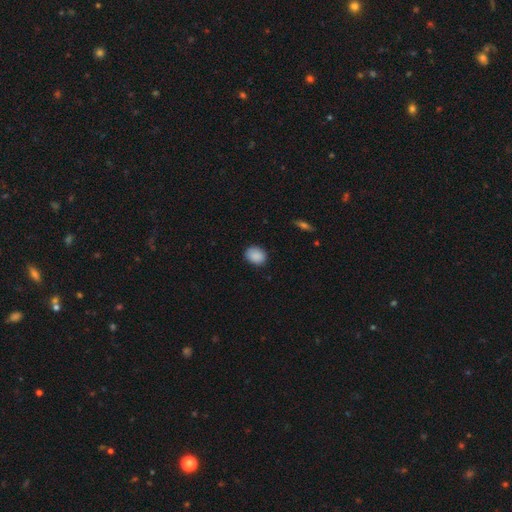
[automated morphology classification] smooth_or_featured: smooth (p=0.89) [alt: star or artifact p=0.08]
how_rounded: in between (p=0.61) [alt: round p=0.38]
merging: none (p=0.85) [alt: minor disturbance p=0.12]